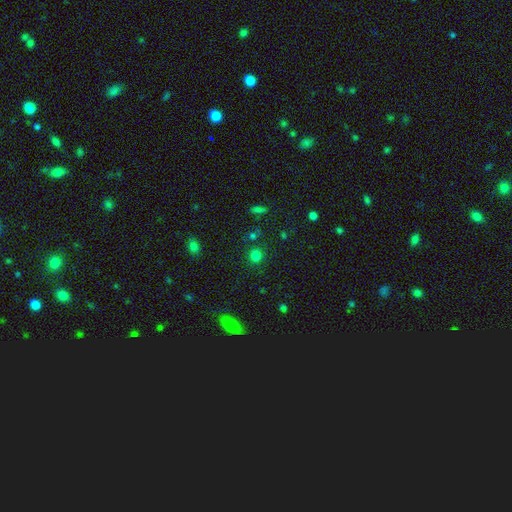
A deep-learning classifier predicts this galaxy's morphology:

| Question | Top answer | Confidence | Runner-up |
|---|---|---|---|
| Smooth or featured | smooth | 76% | star or artifact (19%) |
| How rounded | round | 84% | in between (14%) |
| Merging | none | 82% | minor disturbance (9%) |